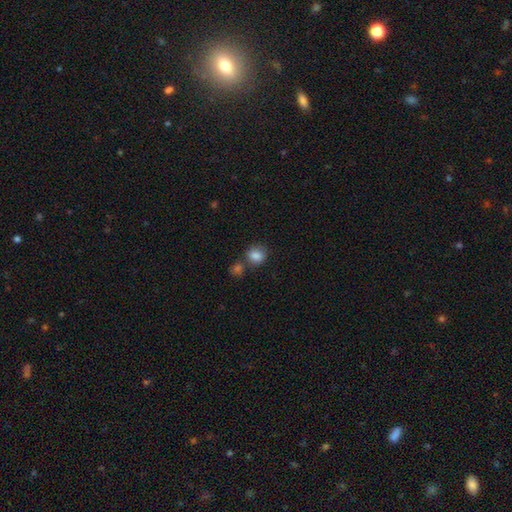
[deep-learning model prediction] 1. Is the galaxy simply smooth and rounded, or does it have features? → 85% smooth, 9% star or artifact, 6% featured or disk.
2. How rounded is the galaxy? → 71% round, 28% in between, 1% cigar-shaped.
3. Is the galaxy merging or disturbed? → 62% none, 22% merger, 12% minor disturbance, 4% major disturbance.